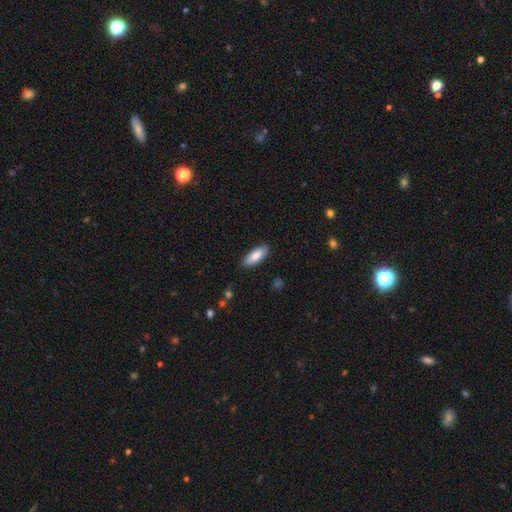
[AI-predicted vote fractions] A smooth galaxy with no disk features (85%) that is in between round and cigar-shaped (74%). Merging: none (88%).